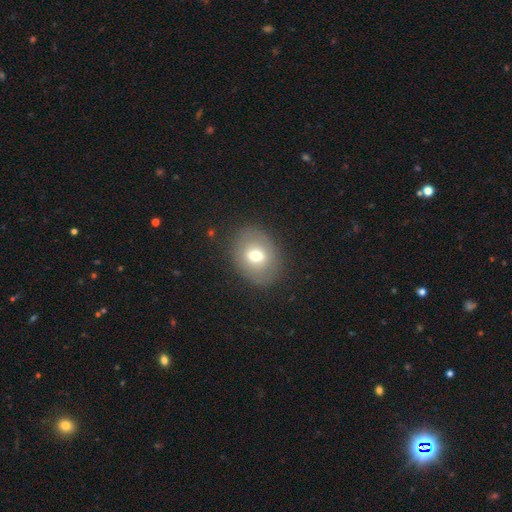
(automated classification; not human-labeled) The model was most divided on "how rounded": in between: 53%, round: 46%, cigar-shaped: 1%. More confident: merging — none (82%); smooth or featured — smooth (63%).